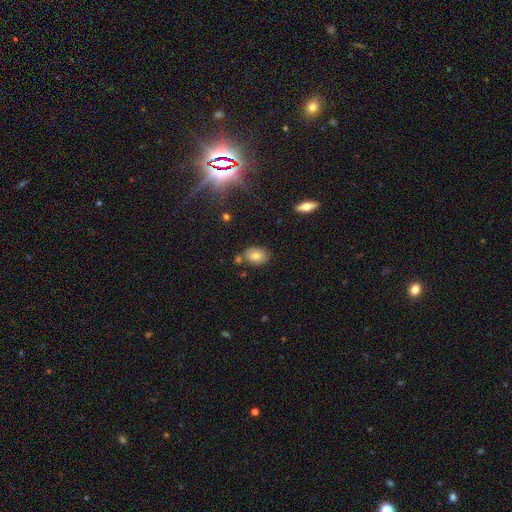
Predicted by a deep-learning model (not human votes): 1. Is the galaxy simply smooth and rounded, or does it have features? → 79% smooth, 12% featured or disk, 10% star or artifact.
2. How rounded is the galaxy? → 79% in between, 19% round, 1% cigar-shaped.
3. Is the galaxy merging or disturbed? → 73% none, 14% minor disturbance, 9% merger, 3% major disturbance.